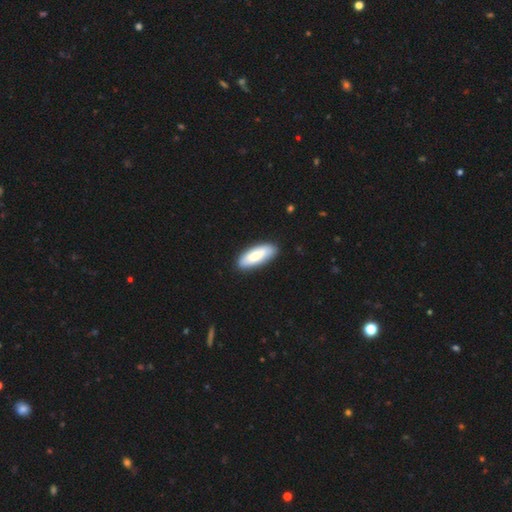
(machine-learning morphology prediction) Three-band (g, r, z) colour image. It shows a smooth galaxy with no disk features (77%) that is in between round and cigar-shaped (70%). Merging: none (88%).